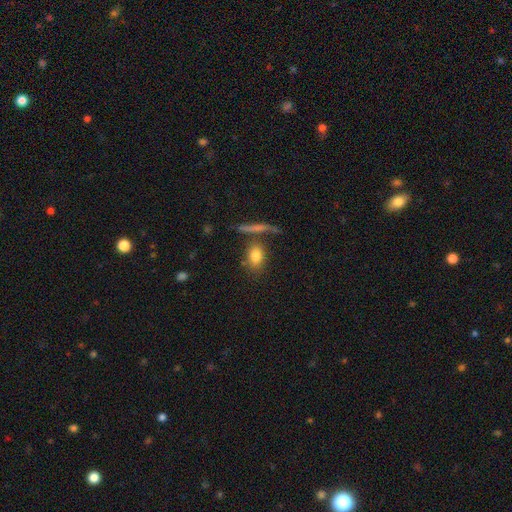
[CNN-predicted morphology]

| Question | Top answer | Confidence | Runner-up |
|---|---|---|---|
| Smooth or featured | smooth | 80% | featured or disk (12%) |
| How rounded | in between | 69% | round (25%) |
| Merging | none | 65% | merger (15%) |